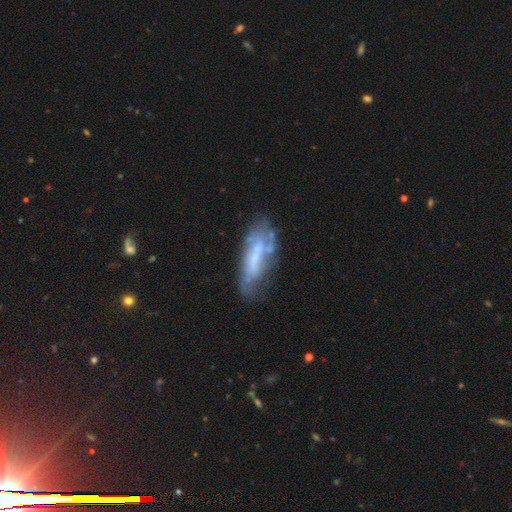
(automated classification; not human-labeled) The model was most divided on "merging": none: 47%, minor disturbance: 26%, major disturbance: 18%, merger: 10%. More confident: edge-on disk — no (80%); smooth or featured — featured or disk (57%).